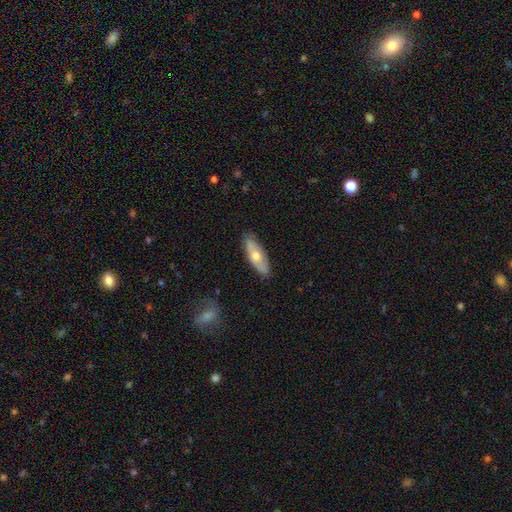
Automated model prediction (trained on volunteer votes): Smooth or featured? smooth (54%)
How rounded? in between (60%)
Merging? none (86%)